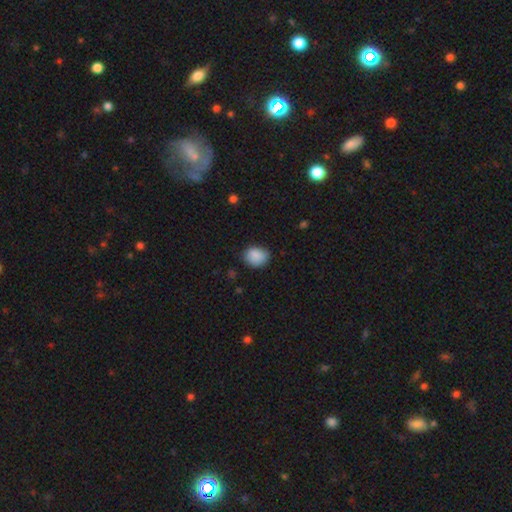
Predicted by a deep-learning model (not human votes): Q: Smooth or featured?
A: smooth (87%); runner-up: star or artifact (8%)
Q: How rounded?
A: round (50%); runner-up: in between (49%)
Q: Merging?
A: none (70%); runner-up: minor disturbance (24%)